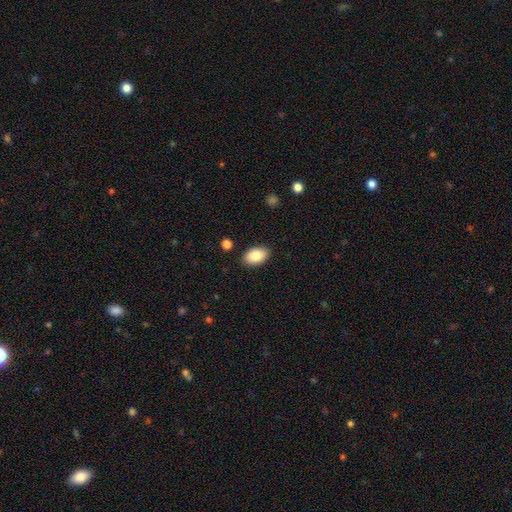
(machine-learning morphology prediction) This is clearly a smooth galaxy (85%). How rounded: clearly in between (92%). Merging: clearly none (88%).